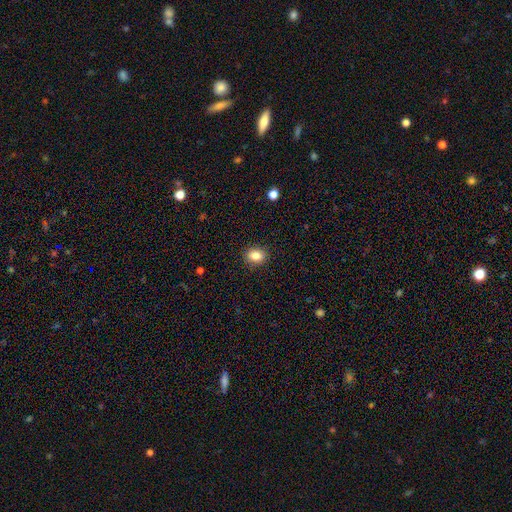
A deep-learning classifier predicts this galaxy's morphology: Smooth or featured?
  - smooth: 84% *
  - star or artifact: 10%
  - featured or disk: 7%
How rounded?
  - round: 55% *
  - in between: 44%
  - cigar-shaped: 1%
Merging?
  - none: 90% *
  - minor disturbance: 7%
  - major disturbance: 2%
  - merger: 1%